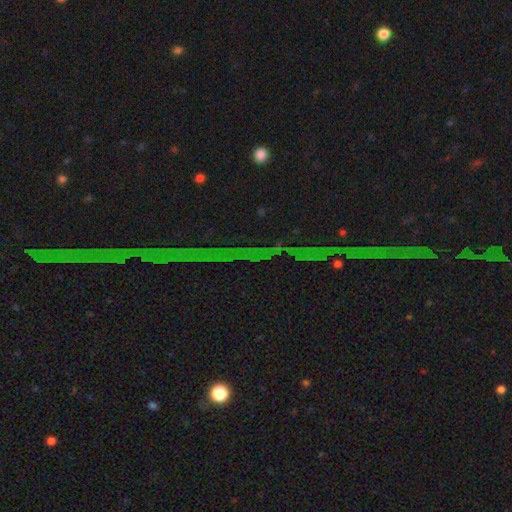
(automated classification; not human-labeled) Smooth or featured? star or artifact (77%)